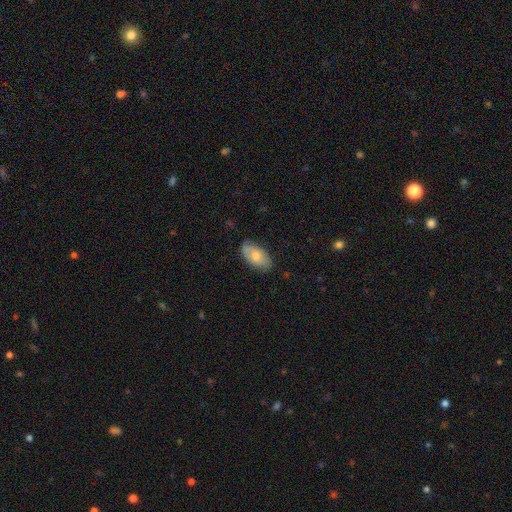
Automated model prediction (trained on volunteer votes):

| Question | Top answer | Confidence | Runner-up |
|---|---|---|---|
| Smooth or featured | smooth | 71% | featured or disk (23%) |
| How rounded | in between | 94% | round (3%) |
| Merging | none | 77% | minor disturbance (19%) |